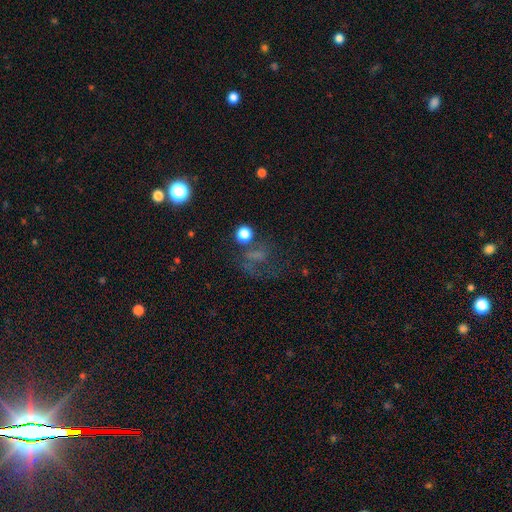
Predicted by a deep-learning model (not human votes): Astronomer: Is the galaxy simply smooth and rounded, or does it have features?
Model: smooth — 37% (runner-up: star or artifact, 36%).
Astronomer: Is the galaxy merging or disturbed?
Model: none — 45% (runner-up: major disturbance, 31%).